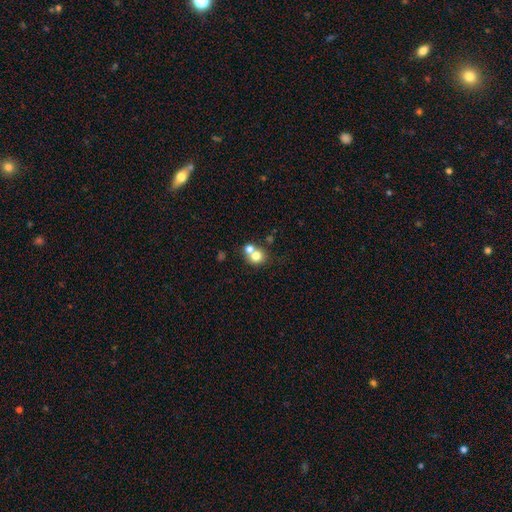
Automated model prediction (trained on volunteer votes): Smooth or featured: smooth — 74% (featured or disk — 14%)
How rounded: round — 83% (in between — 16%)
Merging: merger — 50% (none — 41%)